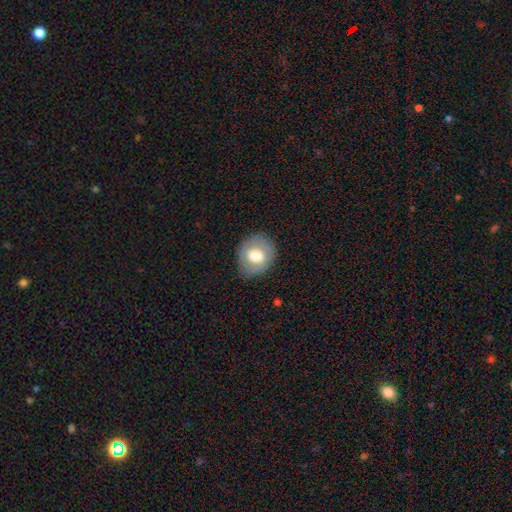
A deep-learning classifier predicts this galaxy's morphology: Smooth or featured? smooth (65%)
How rounded? round (69%)
Merging? none (81%)